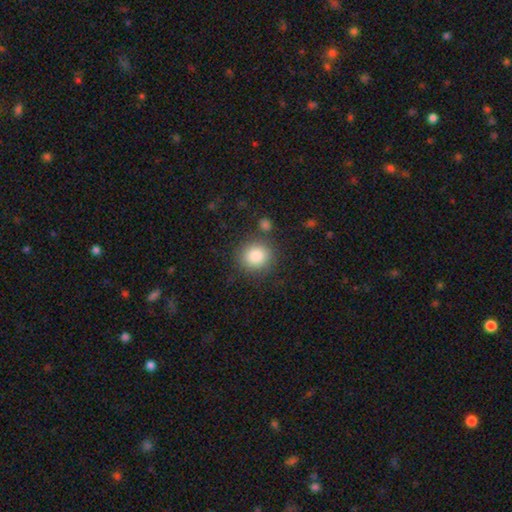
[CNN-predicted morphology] Smooth or featured: smooth — 86% (star or artifact — 8%)
How rounded: round — 87% (in between — 12%)
Merging: none — 81% (minor disturbance — 10%)